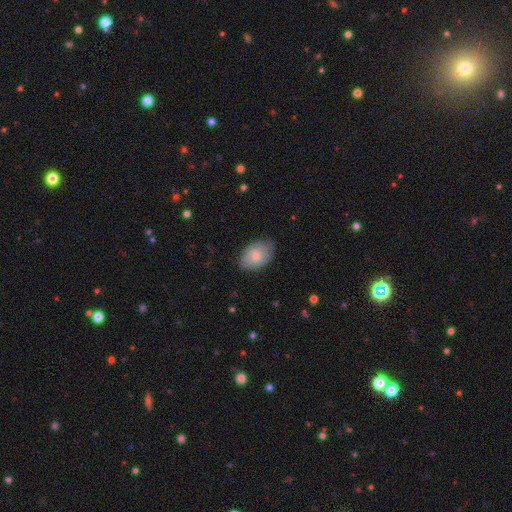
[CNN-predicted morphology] Smooth or featured: smooth — 65% (featured or disk — 29%)
How rounded: in between — 85% (round — 14%)
Merging: none — 66% (minor disturbance — 27%)